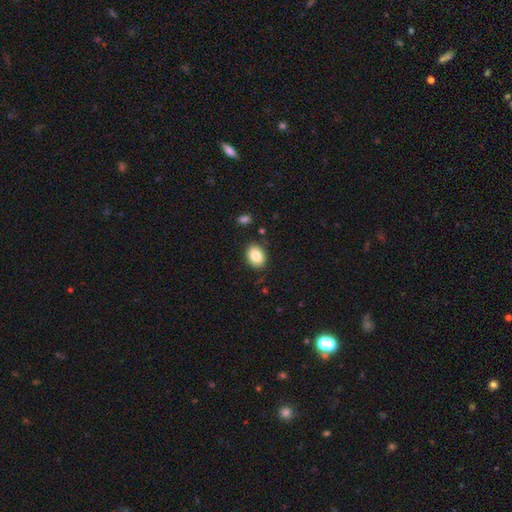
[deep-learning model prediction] A smooth galaxy with no disk features (86%) that is in between round and cigar-shaped (74%). Merging: none (85%).